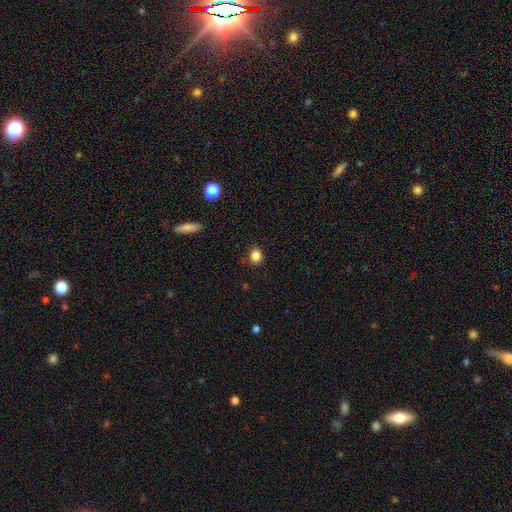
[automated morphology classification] Smooth or featured: smooth — 86% (star or artifact — 11%)
How rounded: round — 58% (in between — 41%)
Merging: none — 86% (minor disturbance — 10%)